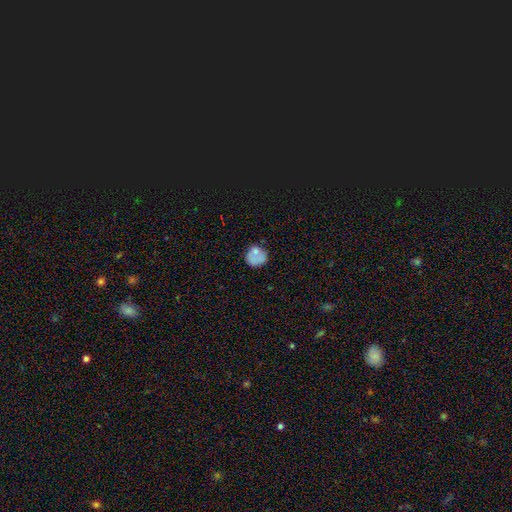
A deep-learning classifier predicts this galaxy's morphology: This is likely a smooth galaxy (70%). How rounded: clearly round (83%). Merging: possibly none (58%).